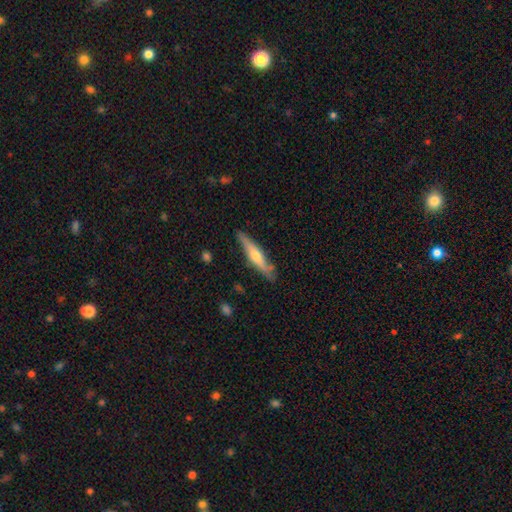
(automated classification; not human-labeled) A featured or disk galaxy (54%) viewed edge-on (91%). Merging: none (83%).